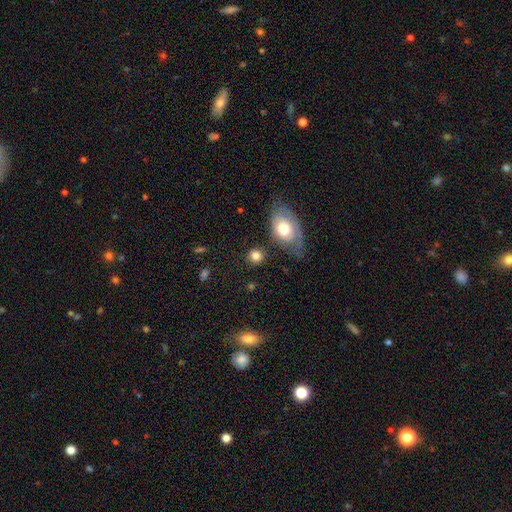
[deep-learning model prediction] smooth 81%, star or artifact 10%, featured or disk 10%. Down the decision tree: how rounded — round (82%); merging — none (78%).